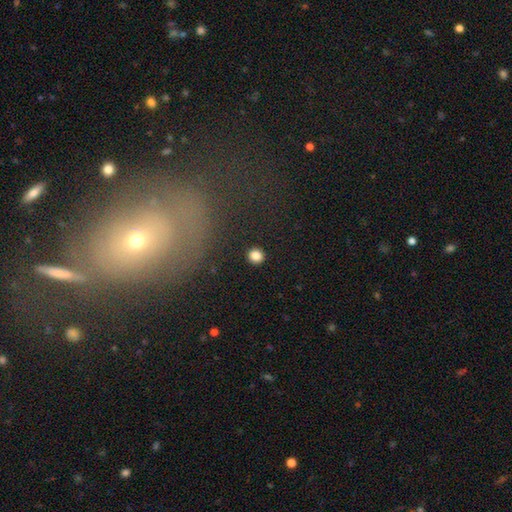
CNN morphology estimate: Smooth or featured? Predicted: smooth (p=0.84). How rounded? Predicted: round (p=0.92). Merging? Predicted: none (p=0.92).